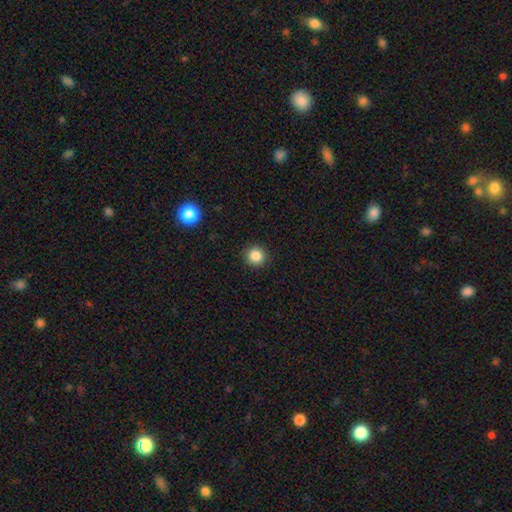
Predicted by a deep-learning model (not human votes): Overall: smooth (85%). How rounded: round (93%). Merging: none (92%).